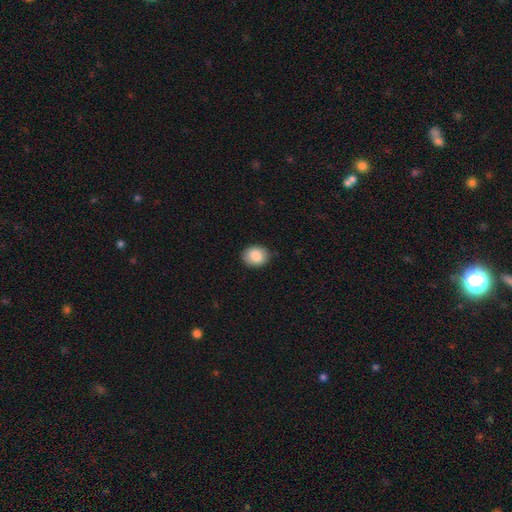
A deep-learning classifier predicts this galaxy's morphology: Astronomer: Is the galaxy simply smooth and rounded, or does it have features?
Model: smooth — 84%.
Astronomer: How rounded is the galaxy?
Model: round — 51% (runner-up: in between, 48%).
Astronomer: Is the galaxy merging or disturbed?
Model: none — 86%.